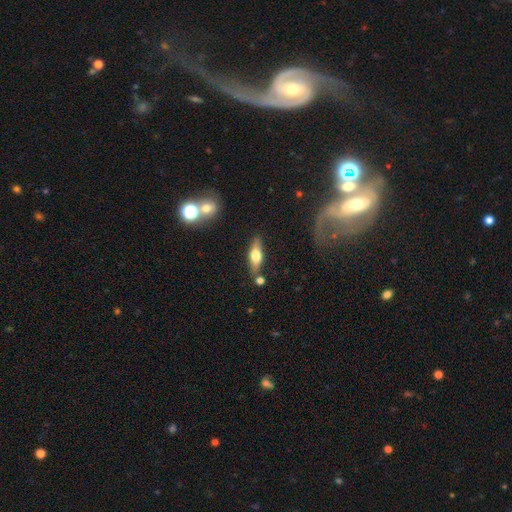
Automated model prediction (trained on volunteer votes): Smooth or featured? smooth (55%)
How rounded? in between (56%)
Merging? none (76%)